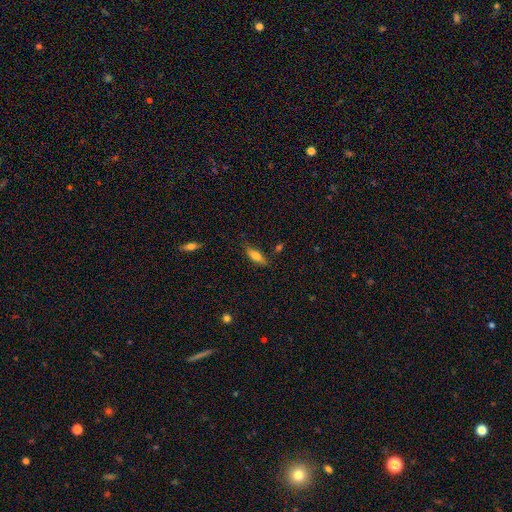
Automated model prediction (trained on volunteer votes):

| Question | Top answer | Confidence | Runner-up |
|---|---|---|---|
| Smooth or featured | smooth | 69% | featured or disk (24%) |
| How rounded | in between | 55% | cigar-shaped (42%) |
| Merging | none | 75% | minor disturbance (18%) |